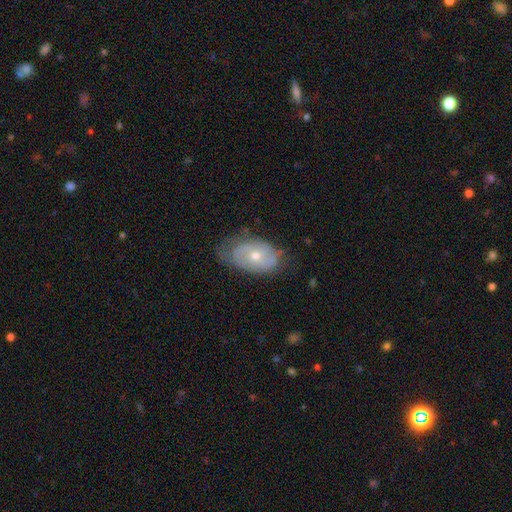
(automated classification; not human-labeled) Smooth or featured? Predicted: featured or disk (p=0.64). Edge-on disk? Predicted: no (p=0.93). Bar? Predicted: no (p=0.78). Spiral arms? Predicted: yes (p=0.71). Bulge size? Predicted: moderate (p=0.50). Merging? Predicted: none (p=0.63).